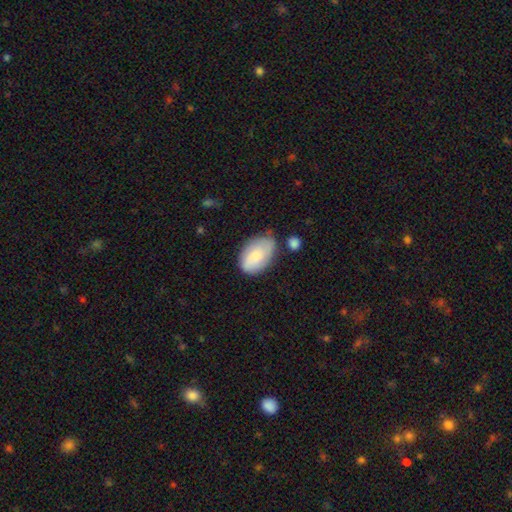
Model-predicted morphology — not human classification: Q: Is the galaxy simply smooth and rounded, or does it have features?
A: smooth — 69%.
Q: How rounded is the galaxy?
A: in between — 90%.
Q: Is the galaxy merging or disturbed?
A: none — 60%.